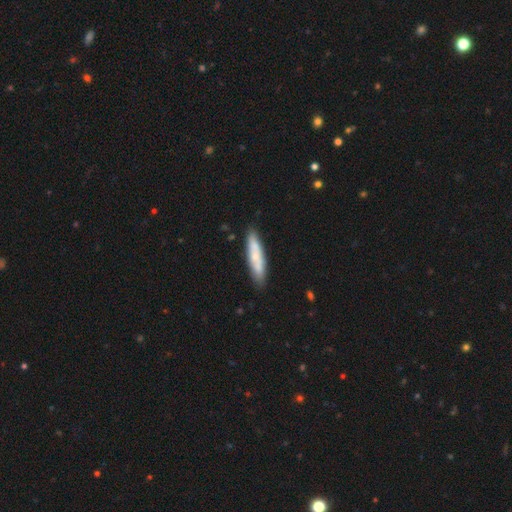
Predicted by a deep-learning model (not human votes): smooth 59%, featured or disk 35%, star or artifact 6%. Down the decision tree: how rounded — cigar-shaped (81%); merging — none (83%).